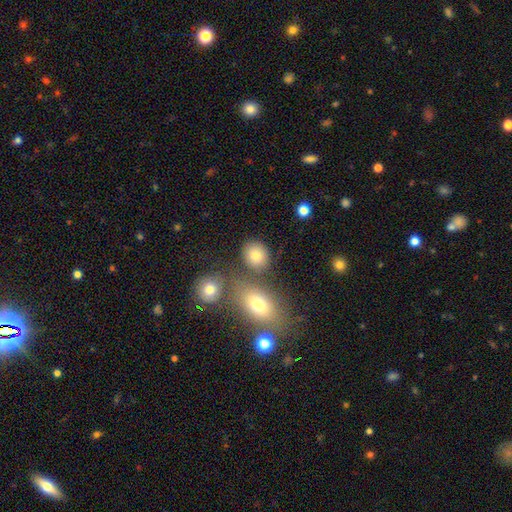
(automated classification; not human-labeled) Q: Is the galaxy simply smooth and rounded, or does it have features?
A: smooth — 80%.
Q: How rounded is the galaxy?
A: round — 66%.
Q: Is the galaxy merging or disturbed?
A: none — 74%.